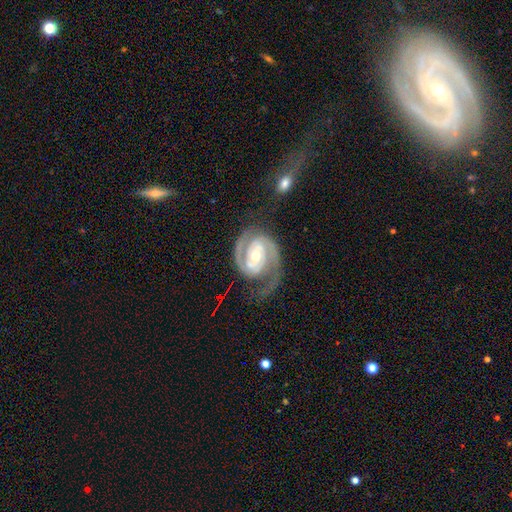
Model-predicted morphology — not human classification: Smooth or featured?
  - featured or disk: 92% *
  - smooth: 4%
  - star or artifact: 4%
Edge-on disk?
  - no: 98% *
  - yes: 2%
Bar?
  - no: 41% *
  - weak: 34%
  - strong: 24%
Spiral arms?
  - yes: 98% *
  - no: 2%
Spiral winding?
  - tight: 50% *
  - medium: 41%
  - loose: 9%
Spiral arm count?
  - 2: 89% *
  - can't tell: 3%
  - 3: 3%
  - 1: 3%
  - 4: 1%
  - more than 4: 1%
Bulge size?
  - moderate: 67% *
  - small: 27%
  - large: 5%
  - none: 1%
  - dominant: 1%
Merging?
  - none: 67% *
  - minor disturbance: 18%
  - major disturbance: 13%
  - merger: 3%